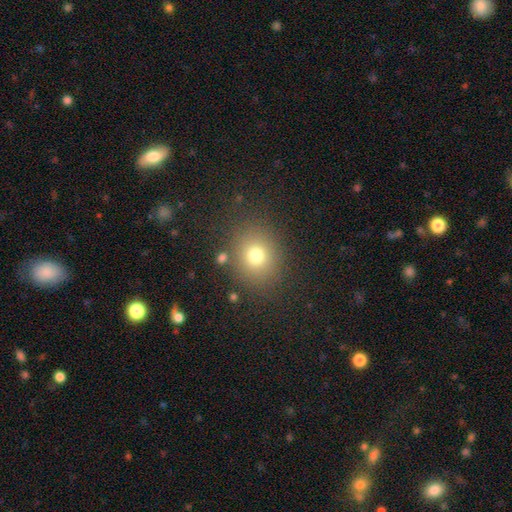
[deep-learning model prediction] A smooth galaxy with no disk features (74%) that is round (71%). Merging: none (82%).